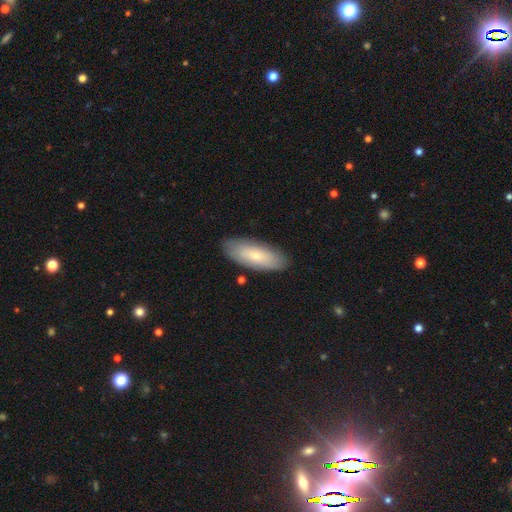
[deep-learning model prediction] Overall: smooth (69%). How rounded: in between (75%). Merging: none (84%).